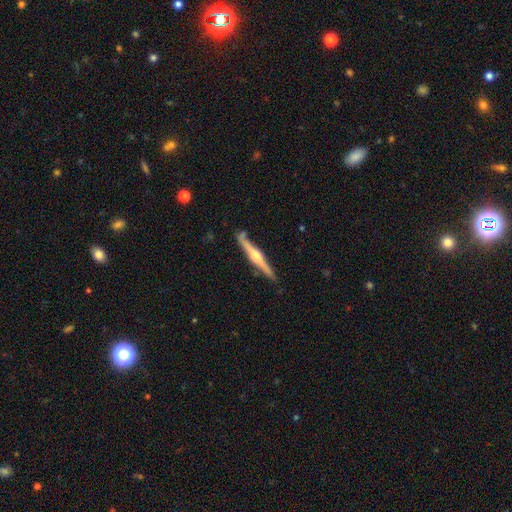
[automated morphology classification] Overall: featured or disk (78%). Edge-on disk: yes (98%). Edge-on bulge: rounded (90%). Merging: none (83%).